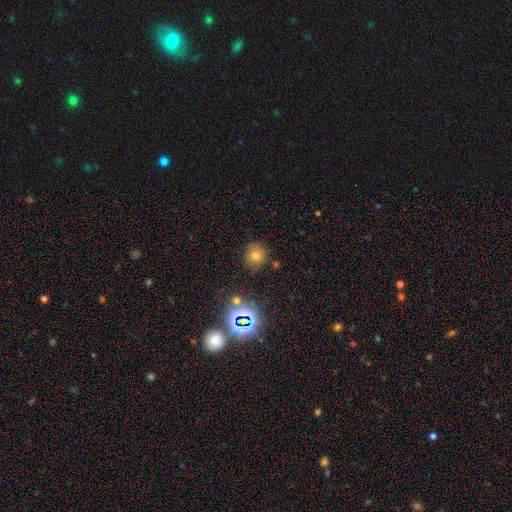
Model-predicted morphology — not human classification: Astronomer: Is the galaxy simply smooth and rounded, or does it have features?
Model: smooth — 67%.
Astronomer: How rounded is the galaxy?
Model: round — 86%.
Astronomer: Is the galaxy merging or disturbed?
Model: none — 81%.